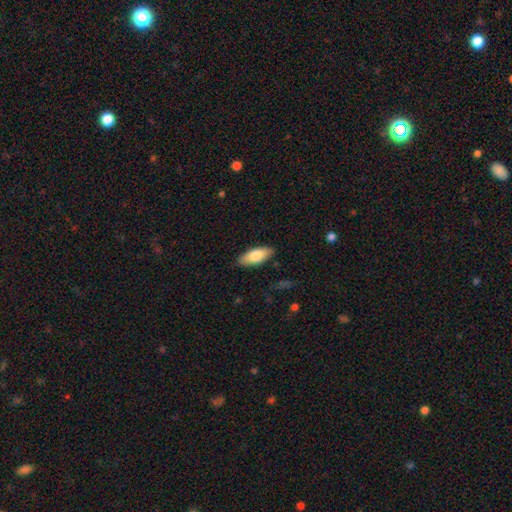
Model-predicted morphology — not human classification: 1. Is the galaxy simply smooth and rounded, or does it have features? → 77% smooth, 17% featured or disk, 6% star or artifact.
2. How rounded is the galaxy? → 81% in between, 17% cigar-shaped, 2% round.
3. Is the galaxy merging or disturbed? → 88% none, 9% minor disturbance, 2% major disturbance, 1% merger.